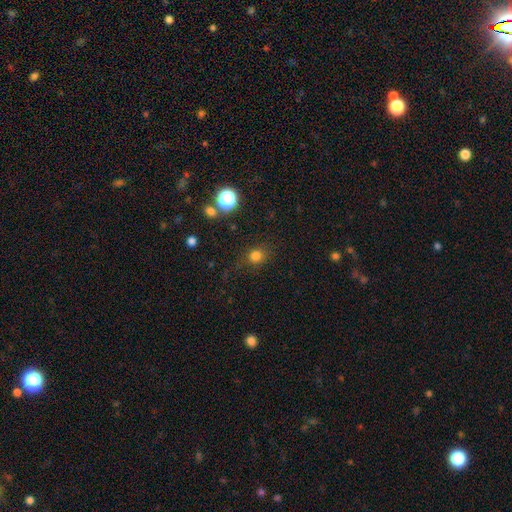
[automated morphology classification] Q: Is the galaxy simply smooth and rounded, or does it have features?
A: smooth — 78%.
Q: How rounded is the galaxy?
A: round — 80%.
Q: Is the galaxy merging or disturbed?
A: none — 81%.